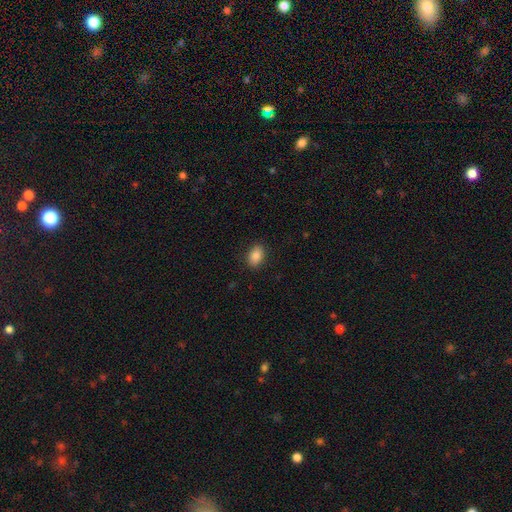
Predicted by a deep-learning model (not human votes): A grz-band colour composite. It shows a smooth galaxy with no disk features (87%) that is in between round and cigar-shaped (84%). Merging: none (89%).